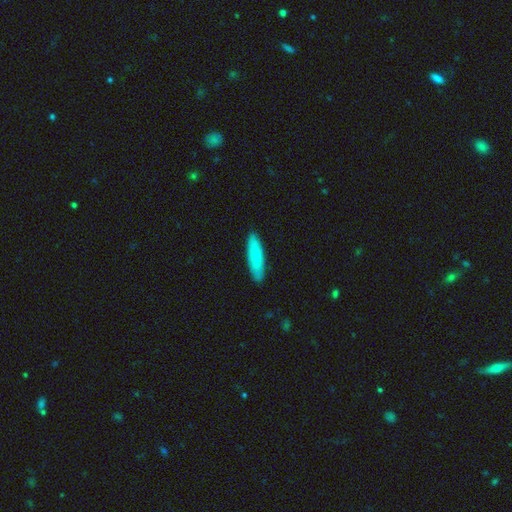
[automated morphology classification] Smooth or featured: smooth — 80% (featured or disk — 15%)
How rounded: cigar-shaped — 70% (in between — 28%)
Merging: none — 89% (minor disturbance — 9%)